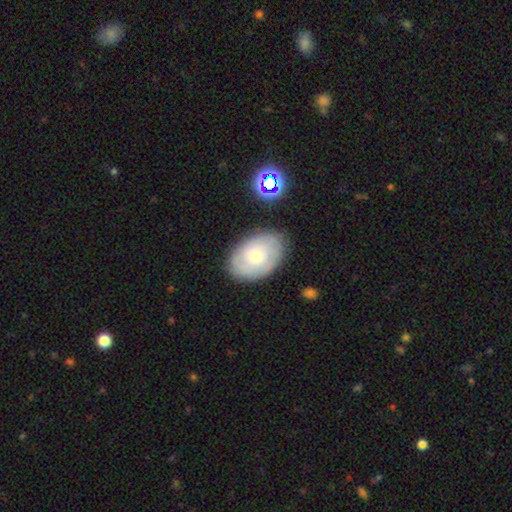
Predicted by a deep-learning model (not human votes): Smooth or featured? featured or disk (48%)
Merging? none (79%)